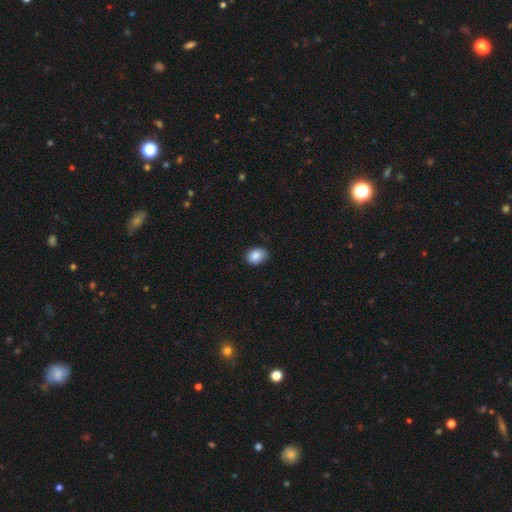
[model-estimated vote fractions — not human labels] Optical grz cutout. It shows a smooth galaxy with no disk features (87%) that is in between round and cigar-shaped (63%). Merging: none (82%).